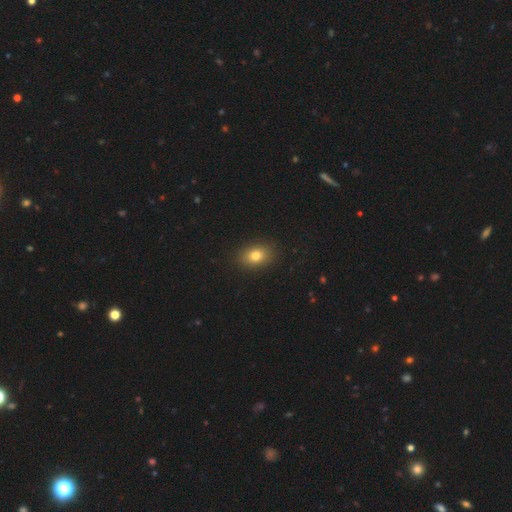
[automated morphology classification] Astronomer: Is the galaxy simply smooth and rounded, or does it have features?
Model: smooth — 81%.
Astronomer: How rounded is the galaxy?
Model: in between — 73%.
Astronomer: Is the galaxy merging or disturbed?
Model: none — 89%.